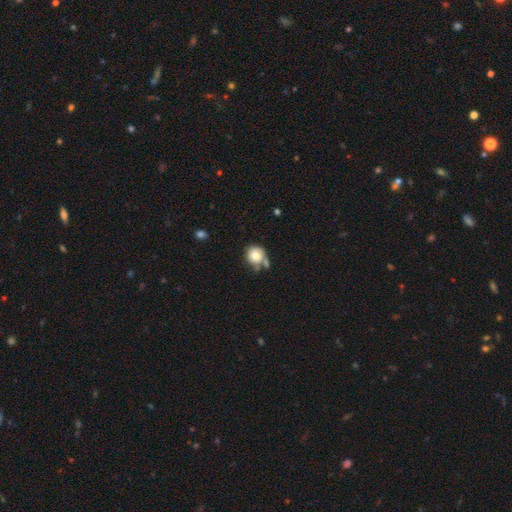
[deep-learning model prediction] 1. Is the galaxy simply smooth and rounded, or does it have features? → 79% smooth, 13% featured or disk, 8% star or artifact.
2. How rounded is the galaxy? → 81% round, 18% in between, 1% cigar-shaped.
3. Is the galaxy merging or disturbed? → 43% none, 24% merger, 22% minor disturbance, 10% major disturbance.